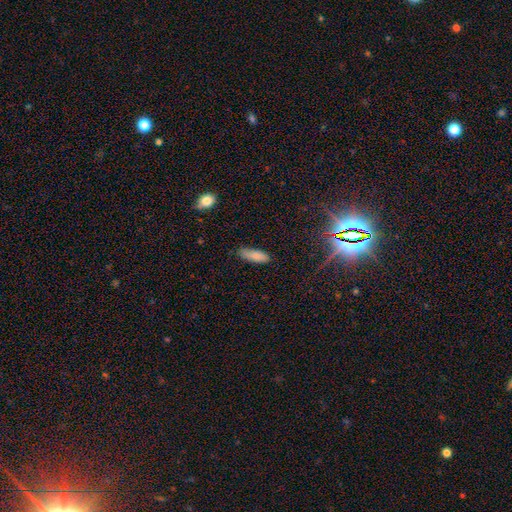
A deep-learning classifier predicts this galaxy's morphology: A smooth galaxy with no disk features (84%) that is in between round and cigar-shaped (56%).

Vote fractions:
- Smooth or featured? smooth: 84% / featured or disk: 8% / star or artifact: 8%
- How rounded? in between: 56% / cigar-shaped: 42% / round: 2%
- Merging? none: 73% / minor disturbance: 21% / major disturbance: 4% / merger: 2%